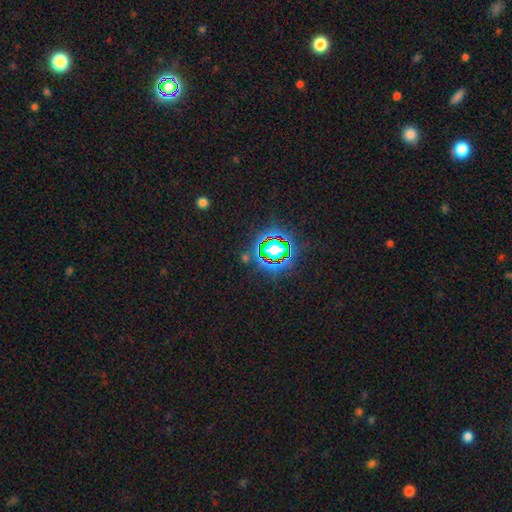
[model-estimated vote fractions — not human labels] Smooth or featured?
  - star or artifact: 81% *
  - smooth: 12%
  - featured or disk: 7%